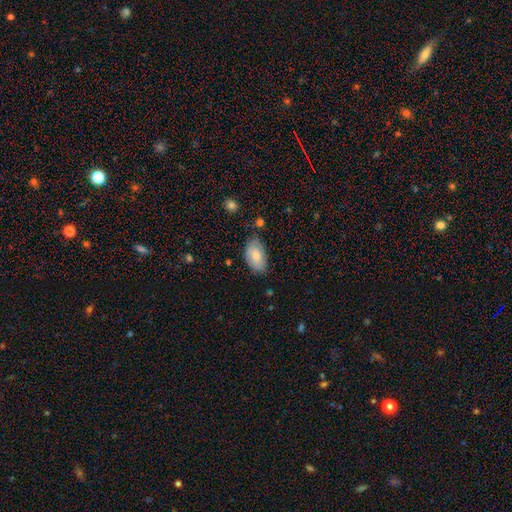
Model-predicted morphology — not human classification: This is likely a smooth galaxy (79%). How rounded: clearly in between (94%). Merging: likely none (71%).